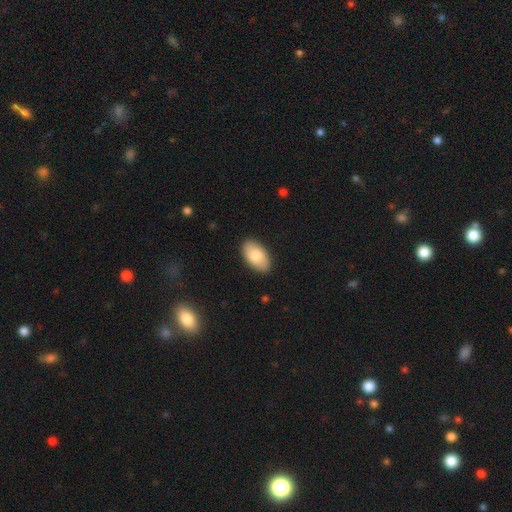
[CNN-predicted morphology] Smooth or featured? smooth (82%)
How rounded? in between (95%)
Merging? none (88%)